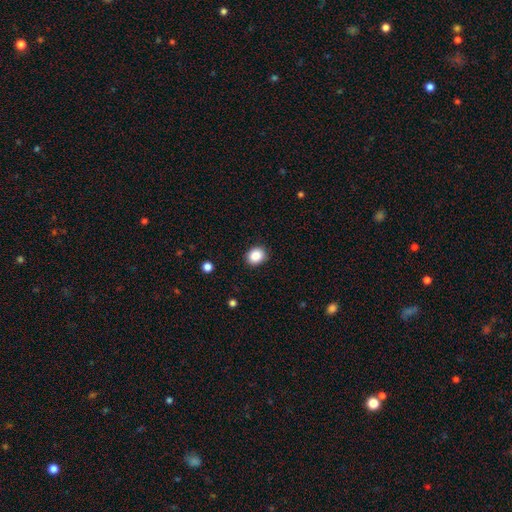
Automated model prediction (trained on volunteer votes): Smooth or featured?
  - smooth: 87% *
  - star or artifact: 9%
  - featured or disk: 3%
How rounded?
  - round: 67% *
  - in between: 32%
  - cigar-shaped: 1%
Merging?
  - none: 89% *
  - minor disturbance: 8%
  - major disturbance: 2%
  - merger: 1%